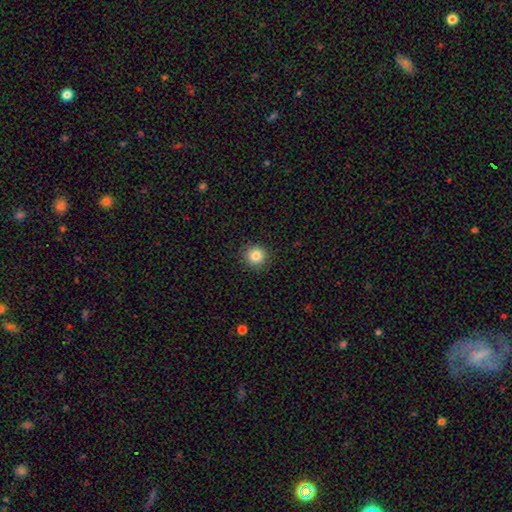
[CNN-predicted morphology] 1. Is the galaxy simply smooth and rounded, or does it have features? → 84% smooth, 10% star or artifact, 5% featured or disk.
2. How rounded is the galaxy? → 94% round, 5% in between, 1% cigar-shaped.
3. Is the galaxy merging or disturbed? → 92% none, 6% minor disturbance, 2% major disturbance, 1% merger.